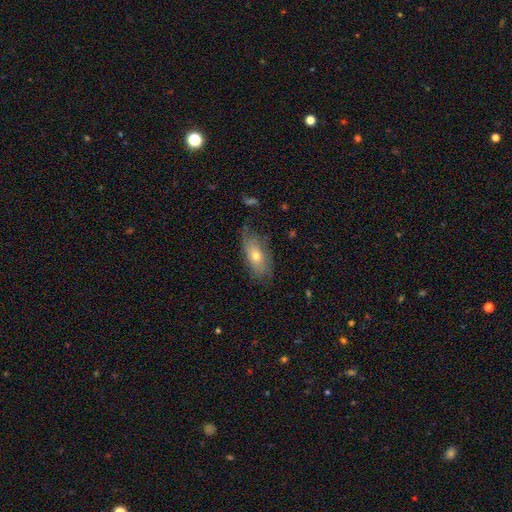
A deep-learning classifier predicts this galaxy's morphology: type=smooth (55%); roundness=in between (81%); merging=none (62%).